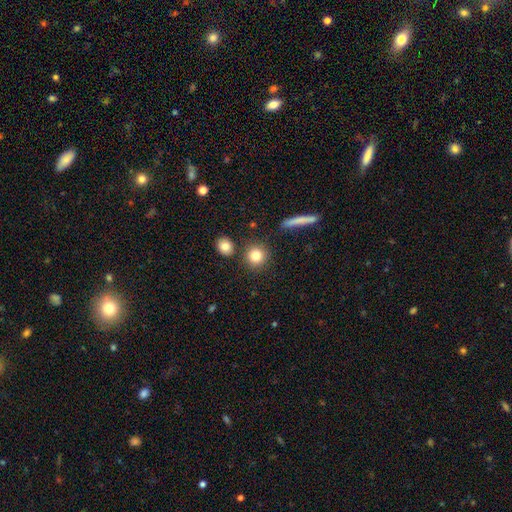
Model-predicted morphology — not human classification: smooth-or-featured: smooth: 83% | star or artifact: 9% | featured or disk: 8%
  how-rounded: round: 89% | in between: 9% | cigar-shaped: 2%
  merging: none: 84% | minor disturbance: 7% | merger: 6% | major disturbance: 3%